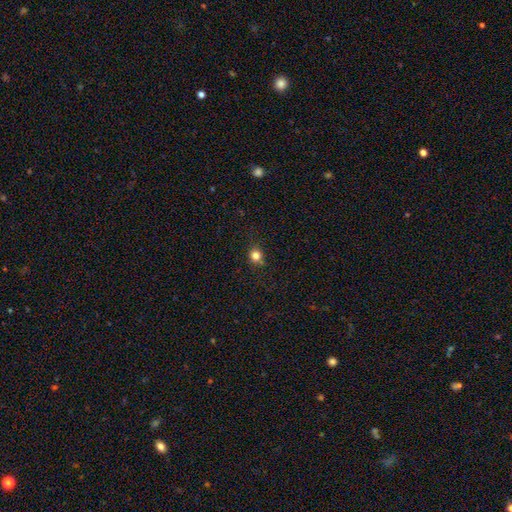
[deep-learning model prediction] Smooth or featured?
  - smooth: 80% *
  - star or artifact: 15%
  - featured or disk: 5%
How rounded?
  - round: 87% *
  - in between: 12%
  - cigar-shaped: 1%
Merging?
  - none: 82% *
  - minor disturbance: 11%
  - merger: 4%
  - major disturbance: 3%